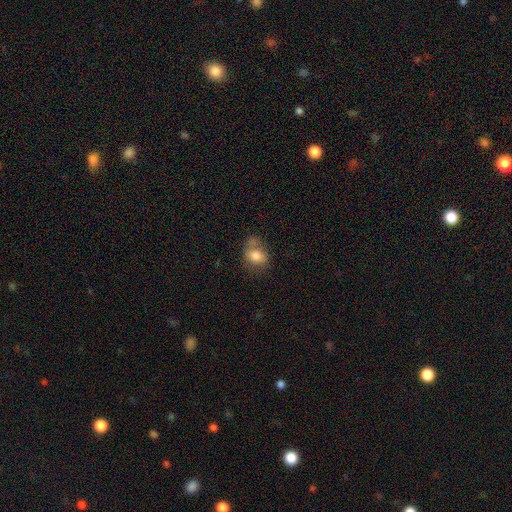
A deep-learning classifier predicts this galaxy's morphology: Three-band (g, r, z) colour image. It shows a smooth galaxy with no disk features (76%) that is in between round and cigar-shaped (58%). Merging: none (47%).